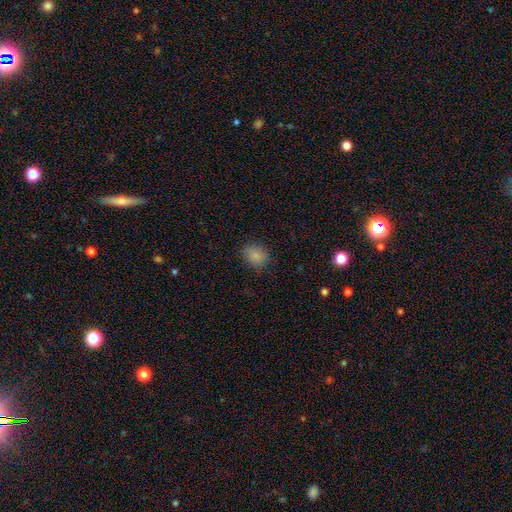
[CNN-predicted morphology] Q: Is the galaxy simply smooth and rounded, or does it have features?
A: smooth — 85%.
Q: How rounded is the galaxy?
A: round — 56%.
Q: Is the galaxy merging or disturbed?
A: none — 84%.